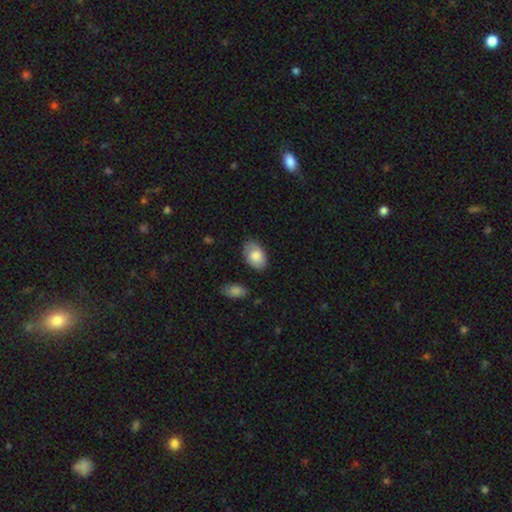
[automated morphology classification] smooth 75%, featured or disk 18%, star or artifact 6%. Down the decision tree: how rounded — in between (90%); merging — none (76%).